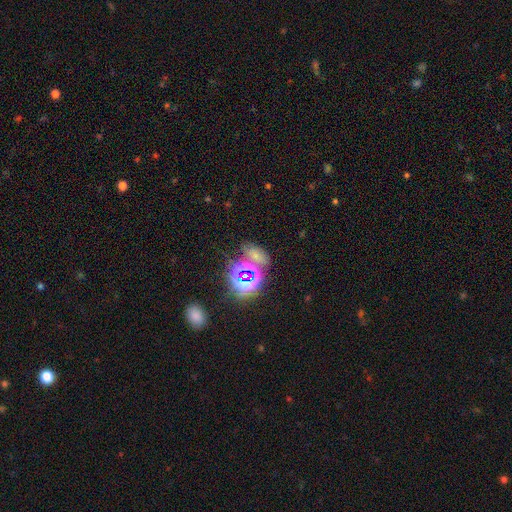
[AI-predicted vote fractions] smooth_or_featured: star or artifact (p=0.50) [alt: smooth p=0.39]